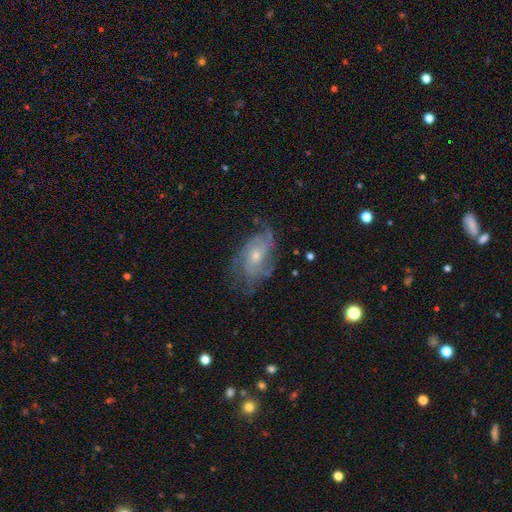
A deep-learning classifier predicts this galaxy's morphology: Overall: featured or disk (79%). Edge-on disk: no (96%). Bar: no (74%). Spiral arms: yes (90%). Spiral arm count: can't tell (36%; 2 22%). Spiral winding: tight (43%; medium 40%). Bulge size: small (56%; moderate 40%). Merging: none (62%; minor disturbance 23%).